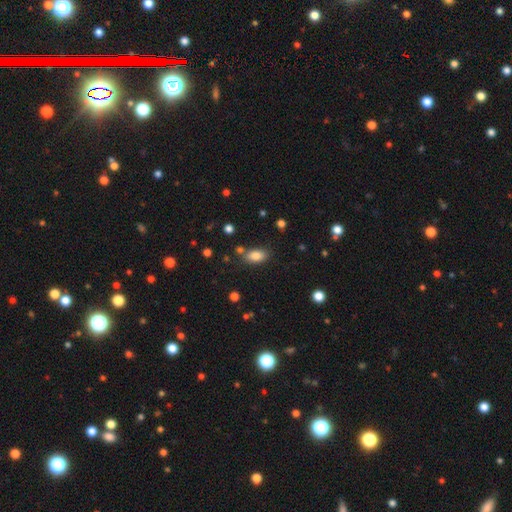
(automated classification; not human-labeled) Overall: smooth (82%). How rounded: in between (89%). Merging: none (75%).